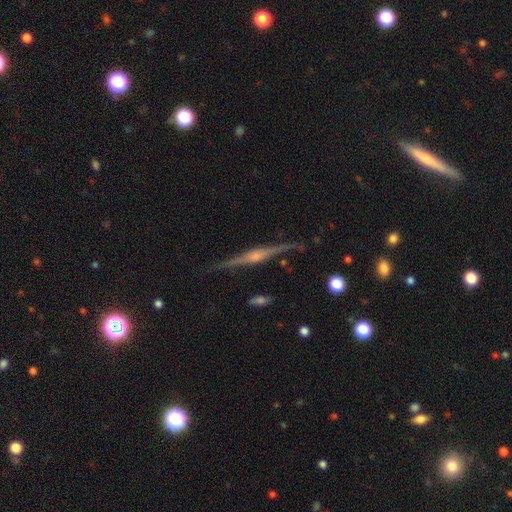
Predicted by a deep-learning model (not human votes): Smooth or featured?
  - featured or disk: 86% *
  - smooth: 8%
  - star or artifact: 6%
Edge-on disk?
  - yes: 98% *
  - no: 2%
Edge-on bulge?
  - rounded: 78% *
  - boxy: 14%
  - none: 8%
Merging?
  - none: 85% *
  - minor disturbance: 11%
  - major disturbance: 3%
  - merger: 2%